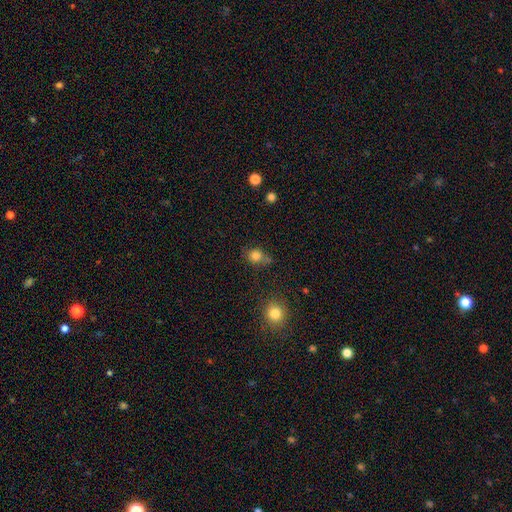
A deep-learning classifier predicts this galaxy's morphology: smooth-or-featured: smooth: 80% | star or artifact: 13% | featured or disk: 6%
  how-rounded: round: 75% | in between: 24% | cigar-shaped: 1%
  merging: none: 63% | minor disturbance: 20% | merger: 11% | major disturbance: 6%